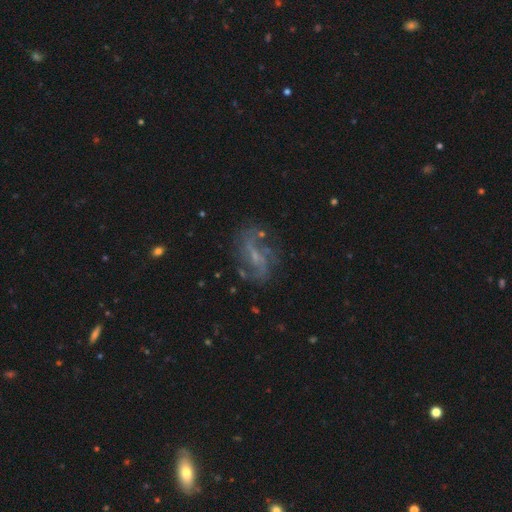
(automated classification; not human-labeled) featured or disk 77%, smooth 12%, star or artifact 11%. Down the decision tree: edge-on disk — no (96%); bar — weak (50%); spiral arms — yes (86%); spiral arm count — 2 (69%); spiral winding — loose (55%); bulge size — small (53%); merging — none (65%).